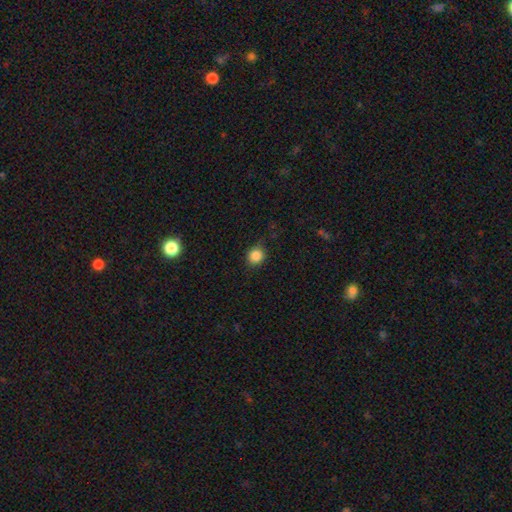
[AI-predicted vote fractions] smooth 86%, star or artifact 10%, featured or disk 4%. Down the decision tree: how rounded — round (85%); merging — none (81%).